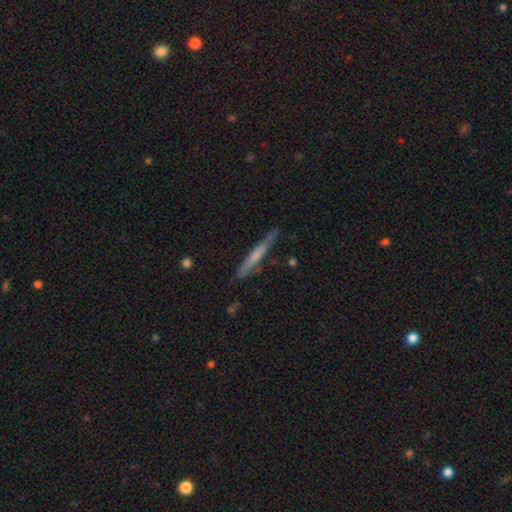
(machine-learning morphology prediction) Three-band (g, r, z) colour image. It shows a smooth galaxy with no disk features (47%, tied with featured or disk). Merging: none (80%).